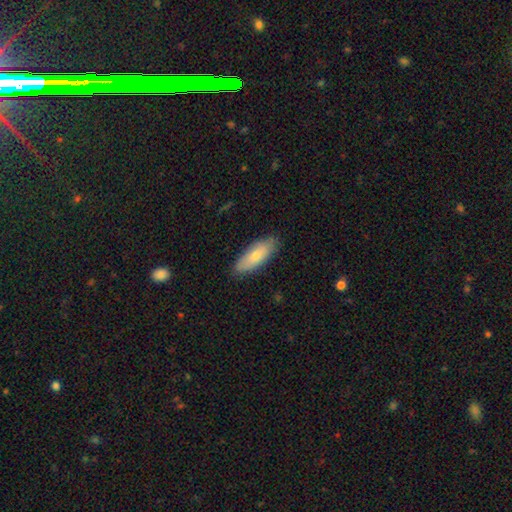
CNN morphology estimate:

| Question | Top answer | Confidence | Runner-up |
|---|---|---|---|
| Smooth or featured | smooth | 74% | featured or disk (21%) |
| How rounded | in between | 72% | cigar-shaped (26%) |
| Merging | none | 84% | minor disturbance (13%) |